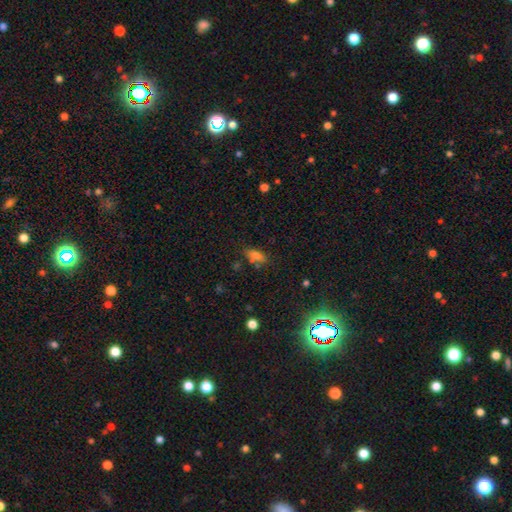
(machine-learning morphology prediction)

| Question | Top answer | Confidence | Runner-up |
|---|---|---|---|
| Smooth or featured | smooth | 72% | star or artifact (16%) |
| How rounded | in between | 77% | cigar-shaped (18%) |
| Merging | none | 69% | minor disturbance (17%) |